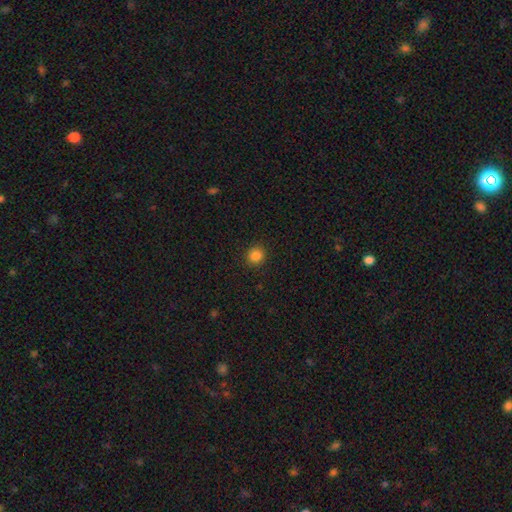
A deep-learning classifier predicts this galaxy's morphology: Q: Smooth or featured?
A: smooth (85%); runner-up: star or artifact (12%)
Q: How rounded?
A: round (89%); runner-up: in between (10%)
Q: Merging?
A: none (91%); runner-up: minor disturbance (6%)